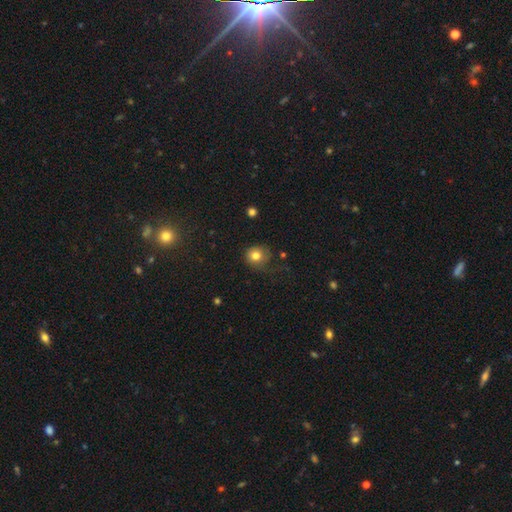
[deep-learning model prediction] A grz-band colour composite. It shows a smooth galaxy with no disk features (80%) that is round (85%). Merging: none (65%).